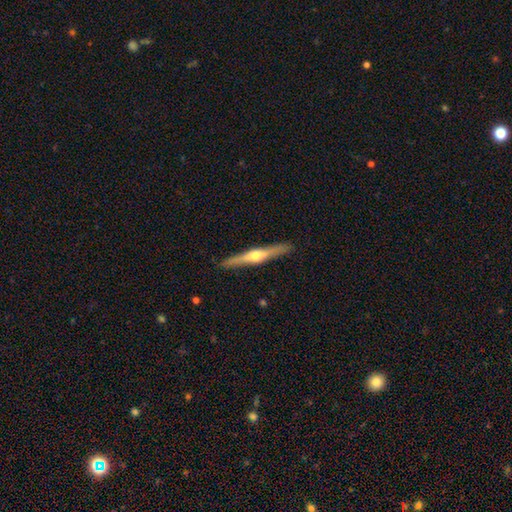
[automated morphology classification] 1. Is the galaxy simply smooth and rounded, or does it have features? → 72% featured or disk, 23% smooth, 5% star or artifact.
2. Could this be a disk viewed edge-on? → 98% yes, 2% no.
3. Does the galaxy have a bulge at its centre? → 92% rounded, 4% none, 3% boxy.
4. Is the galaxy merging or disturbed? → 91% none, 7% minor disturbance, 1% major disturbance, 1% merger.